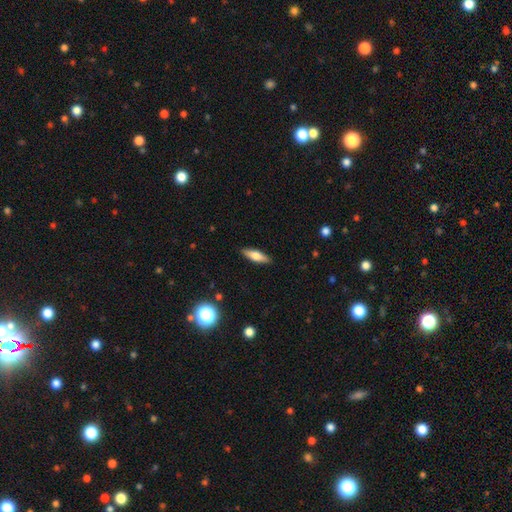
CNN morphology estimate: The model was most divided on "how rounded": cigar-shaped: 55%, in between: 43%, round: 3%. More confident: merging — none (89%); smooth or featured — smooth (63%).